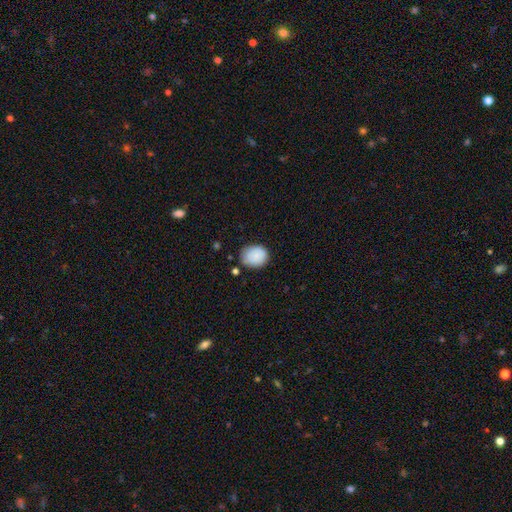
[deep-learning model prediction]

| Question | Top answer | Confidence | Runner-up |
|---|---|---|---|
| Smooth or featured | smooth | 87% | star or artifact (7%) |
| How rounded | round | 53% | in between (46%) |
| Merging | none | 72% | minor disturbance (21%) |